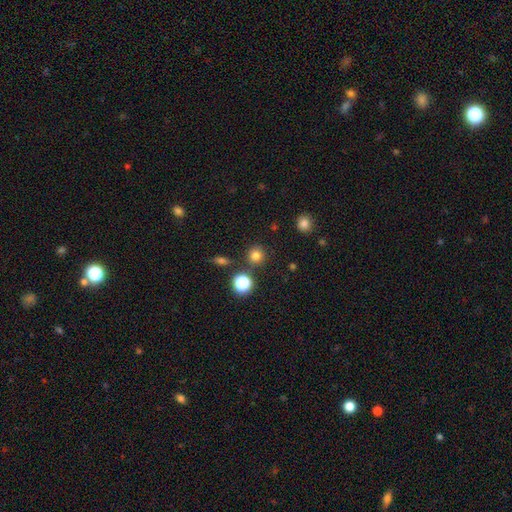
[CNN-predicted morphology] smooth 79%, star or artifact 16%, featured or disk 6%. Down the decision tree: how rounded — round (92%); merging — none (84%).